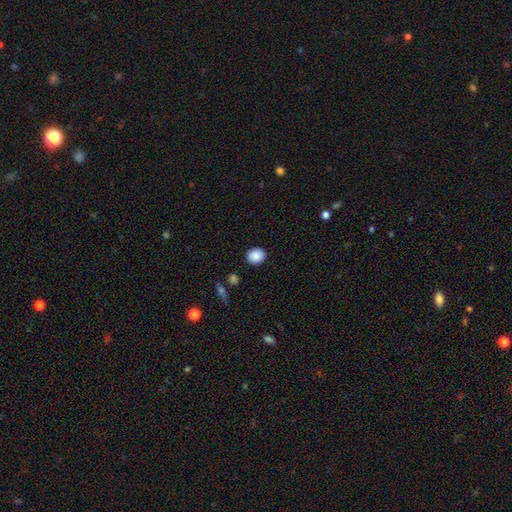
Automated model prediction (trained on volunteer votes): Smooth or featured? Predicted: smooth (p=0.88). How rounded? Predicted: round (p=0.67). Merging? Predicted: none (p=0.89).